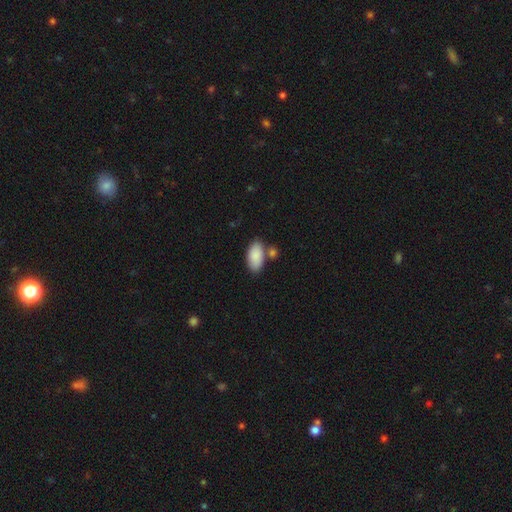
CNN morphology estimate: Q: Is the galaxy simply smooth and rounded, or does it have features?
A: smooth — 88%.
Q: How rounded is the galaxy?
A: in between — 94%.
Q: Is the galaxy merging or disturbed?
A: none — 65%.